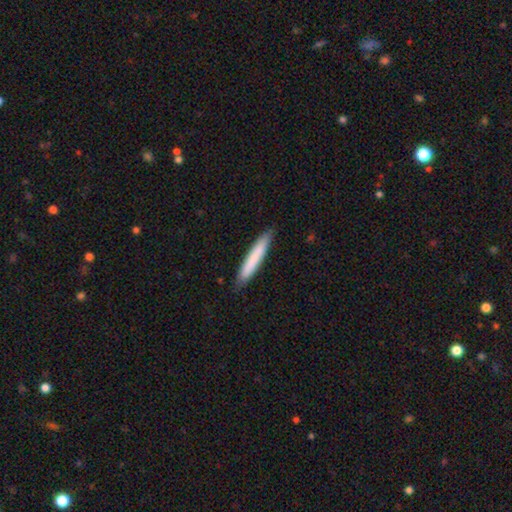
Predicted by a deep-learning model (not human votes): A smooth galaxy with no disk features (78%) that is cigar-shaped (94%).

Vote fractions:
- Smooth or featured? smooth: 78% / featured or disk: 17% / star or artifact: 5%
- How rounded? cigar-shaped: 94% / in between: 5% / round: 1%
- Merging? none: 87% / minor disturbance: 10% / major disturbance: 2% / merger: 1%